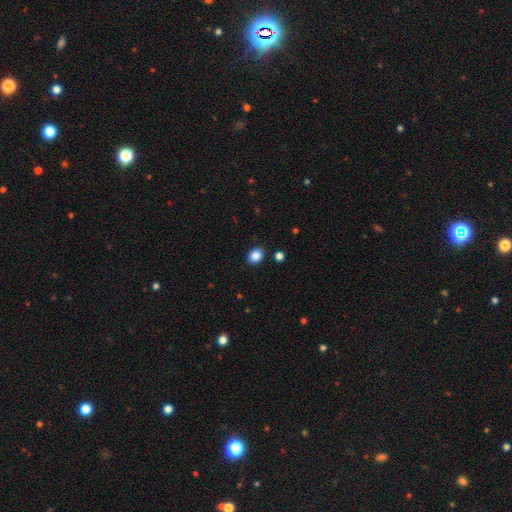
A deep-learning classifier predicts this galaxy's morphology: smooth-or-featured: smooth: 87% | star or artifact: 10% | featured or disk: 3%
  how-rounded: round: 55% | in between: 44% | cigar-shaped: 1%
  merging: none: 87% | minor disturbance: 8% | major disturbance: 2% | merger: 2%